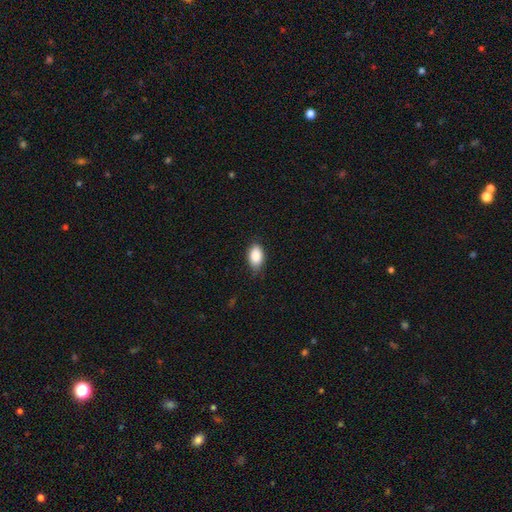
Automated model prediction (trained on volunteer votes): Morphology: type=smooth (87%); roundness=in between (91%); merging=none (77%).